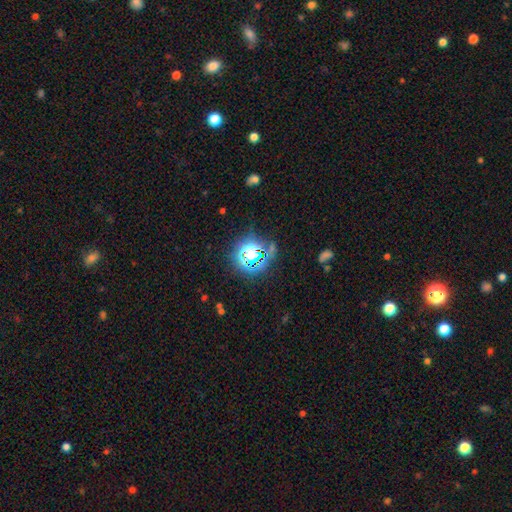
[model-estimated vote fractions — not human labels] This is likely a star or artifact rather than a galaxy (74%).